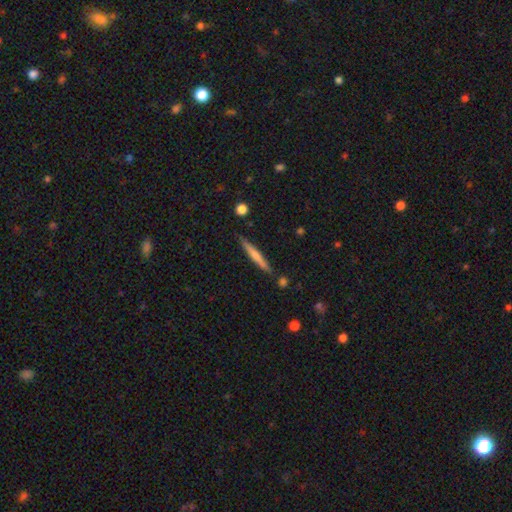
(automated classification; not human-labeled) smooth-or-featured: smooth: 55% | featured or disk: 39% | star or artifact: 6%
  how-rounded: cigar-shaped: 95% | in between: 3% | round: 1%
  merging: none: 85% | minor disturbance: 10% | merger: 3% | major disturbance: 2%